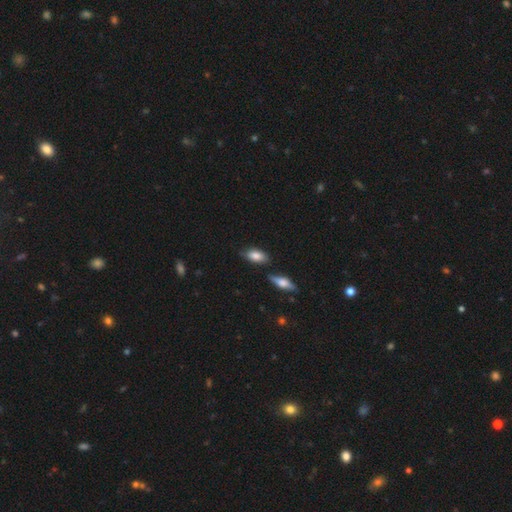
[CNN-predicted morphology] type=smooth (79%); roundness=in between (87%); merging=none (69%).